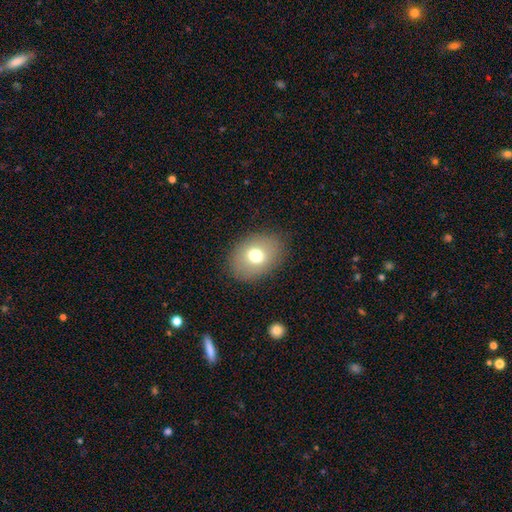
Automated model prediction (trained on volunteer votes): A smooth galaxy with no disk features (72%) that is in between round and cigar-shaped (65%).

Vote fractions:
- Smooth or featured? smooth: 72% / featured or disk: 18% / star or artifact: 10%
- How rounded? in between: 65% / round: 34% / cigar-shaped: 1%
- Merging? none: 86% / minor disturbance: 10% / major disturbance: 4% / merger: 1%